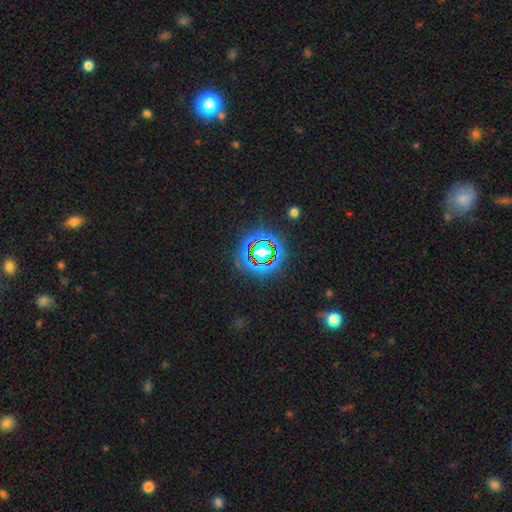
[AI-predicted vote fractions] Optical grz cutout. It shows a star or artifact, not a galaxy (79%).